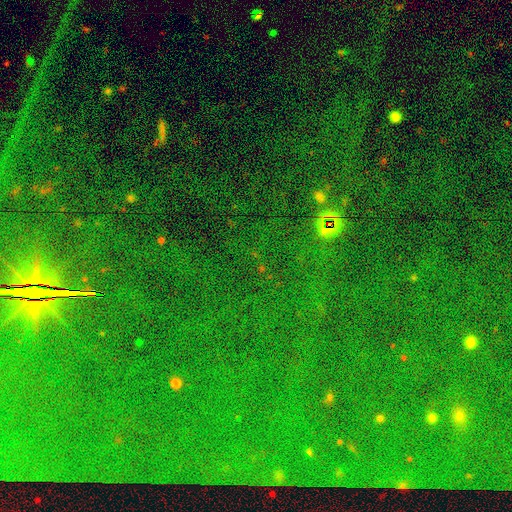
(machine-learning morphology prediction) This appears to be a star or artifact, not a galaxy (85%).